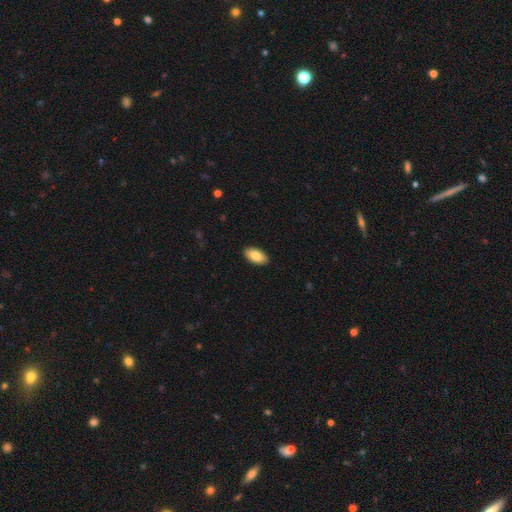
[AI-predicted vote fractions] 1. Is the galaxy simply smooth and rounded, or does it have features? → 86% smooth, 8% featured or disk, 6% star or artifact.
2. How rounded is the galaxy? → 95% in between, 3% cigar-shaped, 2% round.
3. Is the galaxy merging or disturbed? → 90% none, 7% minor disturbance, 2% major disturbance, 1% merger.